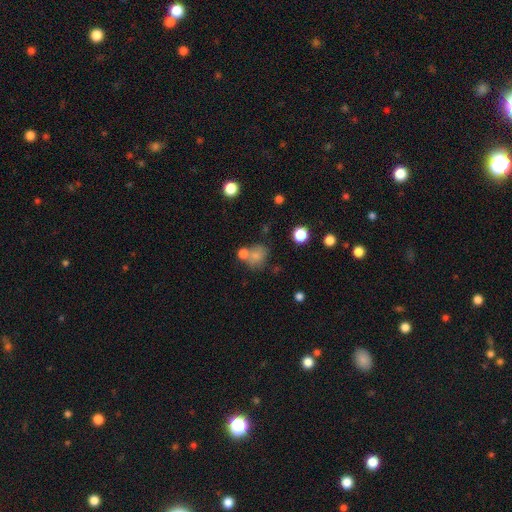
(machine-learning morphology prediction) This appears to be a smooth galaxy with no disk features (75%) that is round (69%). Merging: none (49%).